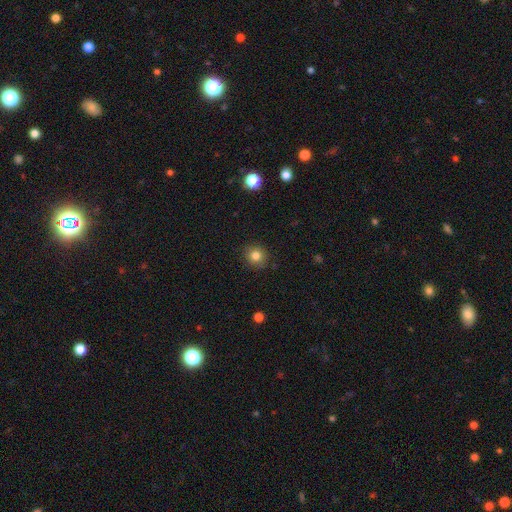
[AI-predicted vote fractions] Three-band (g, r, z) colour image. It shows a smooth galaxy with no disk features (81%) that is round (90%). Merging: none (89%).